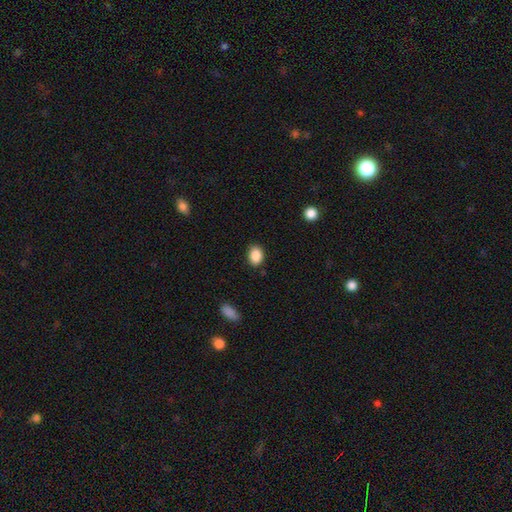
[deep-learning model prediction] Smooth or featured? smooth (88%)
How rounded? in between (66%)
Merging? none (85%)